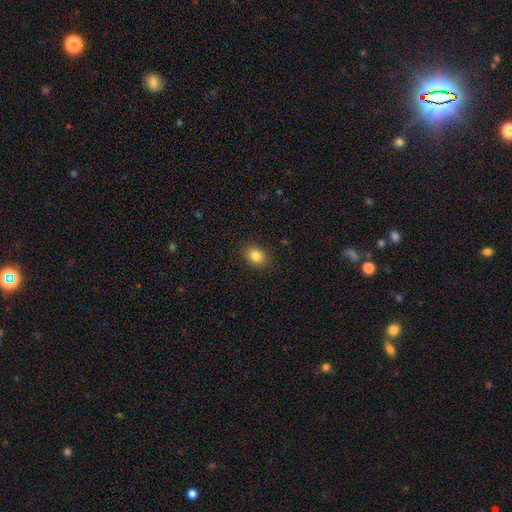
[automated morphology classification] Smooth or featured: smooth — 84% (star or artifact — 10%)
How rounded: in between — 57% (round — 42%)
Merging: none — 88% (minor disturbance — 8%)